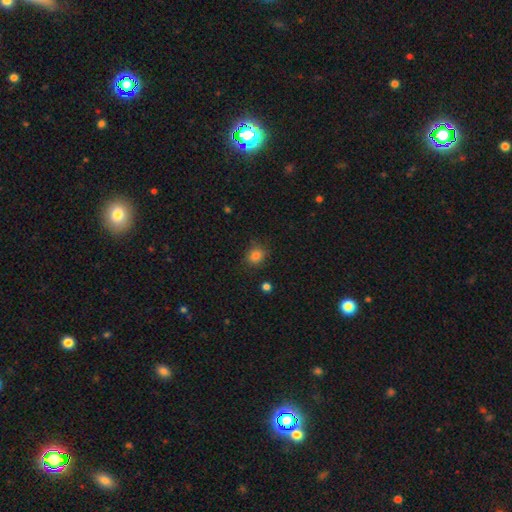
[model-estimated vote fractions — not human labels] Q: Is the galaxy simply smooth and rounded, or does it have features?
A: smooth — 83%.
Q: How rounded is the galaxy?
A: round — 67%.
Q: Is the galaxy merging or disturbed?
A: none — 82%.